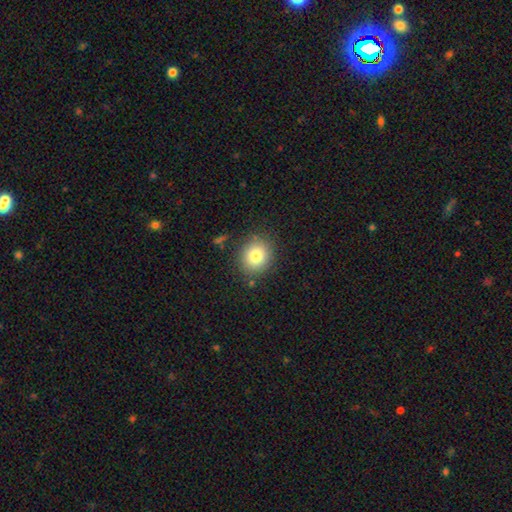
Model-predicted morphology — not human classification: Smooth or featured?
  - smooth: 80% *
  - star or artifact: 11%
  - featured or disk: 9%
How rounded?
  - round: 76% *
  - in between: 23%
  - cigar-shaped: 1%
Merging?
  - none: 85% *
  - minor disturbance: 10%
  - major disturbance: 3%
  - merger: 2%